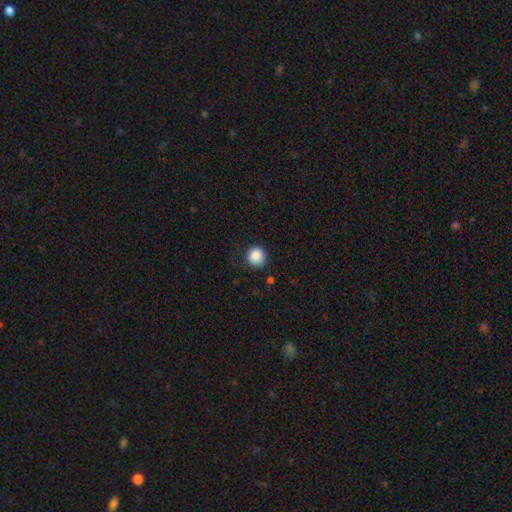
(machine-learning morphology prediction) A smooth galaxy with no disk features (87%) that is round (91%).

Vote fractions:
- Smooth or featured? smooth: 87% / star or artifact: 9% / featured or disk: 3%
- How rounded? round: 91% / in between: 8% / cigar-shaped: 1%
- Merging? none: 82% / minor disturbance: 14% / major disturbance: 3% / merger: 1%